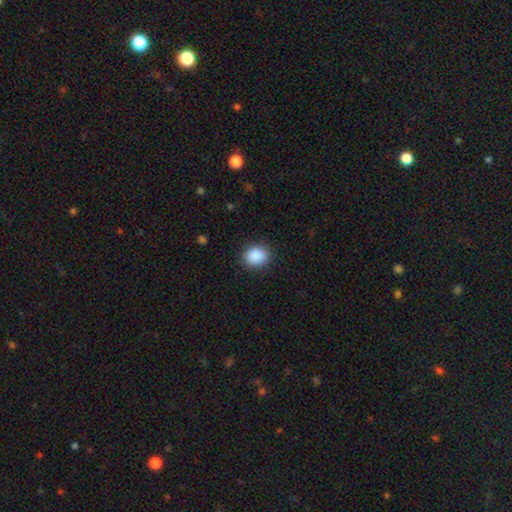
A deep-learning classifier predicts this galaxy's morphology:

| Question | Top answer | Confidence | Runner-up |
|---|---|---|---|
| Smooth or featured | smooth | 89% | star or artifact (8%) |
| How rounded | round | 63% | in between (36%) |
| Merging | none | 88% | minor disturbance (9%) |